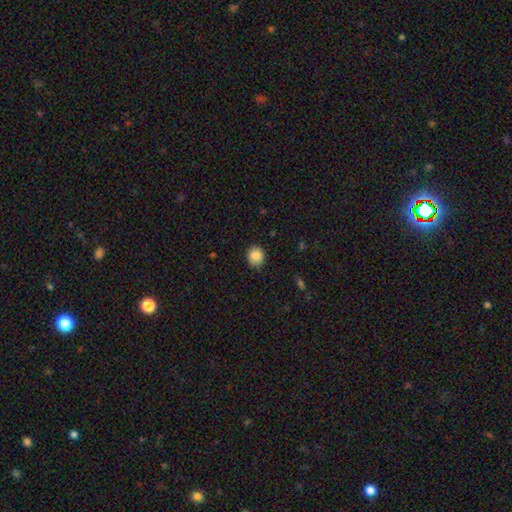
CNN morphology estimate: Smooth or featured? smooth (87%)
How rounded? round (76%)
Merging? none (85%)